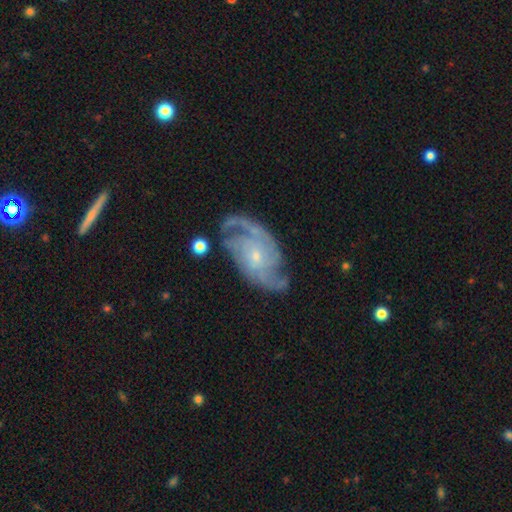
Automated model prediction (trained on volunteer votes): The model was most divided on "spiral winding": medium: 47%, tight: 36%, loose: 17%. Remaining: edge-on disk — no (97%); spiral arms — yes (97%); smooth or featured — featured or disk (89%); bulge size — small (80%); merging — none (69%); bar — no (65%); spiral arm count — 2 (46%).